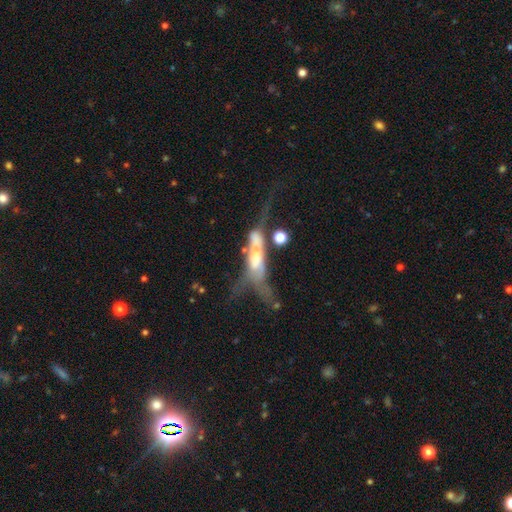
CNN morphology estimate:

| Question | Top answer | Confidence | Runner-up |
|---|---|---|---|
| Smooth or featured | featured or disk | 61% | smooth (27%) |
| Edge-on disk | no | 63% | yes (37%) |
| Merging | merger | 41% | major disturbance (36%) |